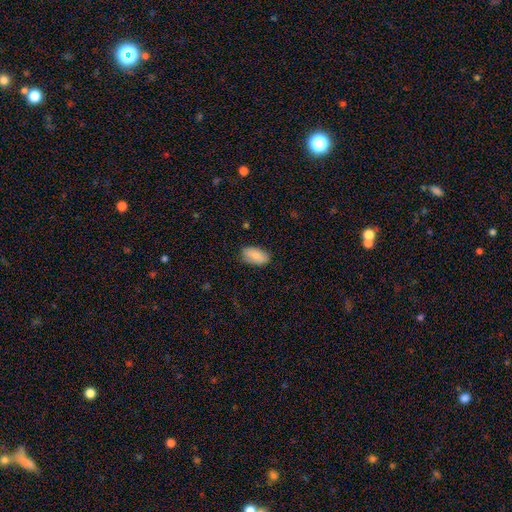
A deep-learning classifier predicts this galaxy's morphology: smooth_or_featured: smooth (p=0.85) [alt: featured or disk p=0.08]
how_rounded: in between (p=0.94) [alt: cigar-shaped p=0.03]
merging: none (p=0.79) [alt: minor disturbance p=0.16]